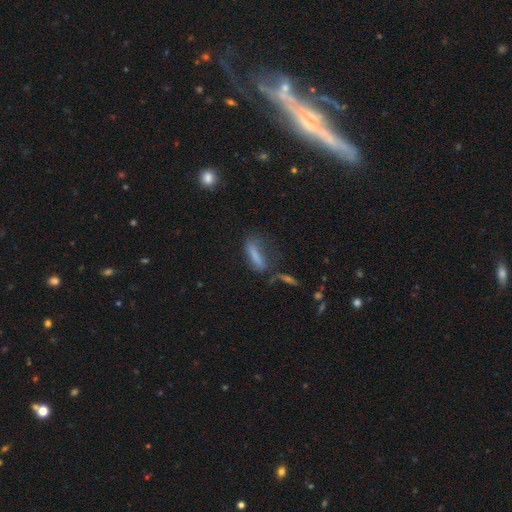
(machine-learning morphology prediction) Smooth or featured: smooth — 69% (featured or disk — 20%)
How rounded: cigar-shaped — 70% (in between — 28%)
Merging: none — 47% (minor disturbance — 23%)